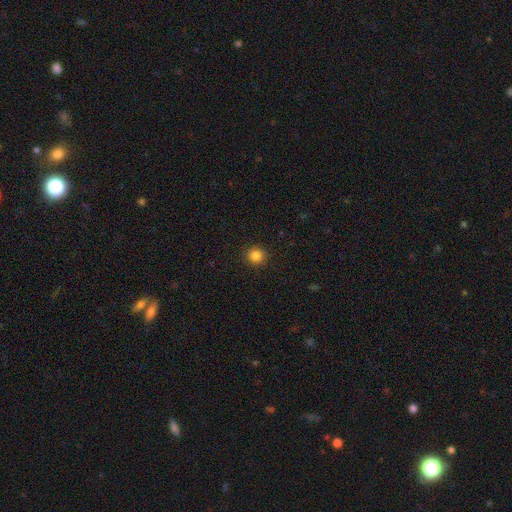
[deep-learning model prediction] A smooth galaxy with no disk features (84%) that is round (92%). Merging: none (92%).